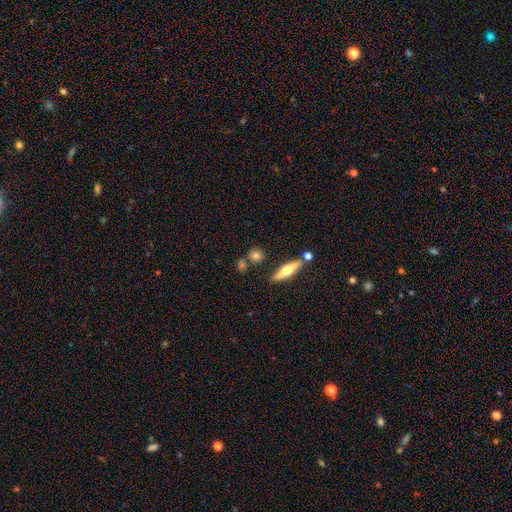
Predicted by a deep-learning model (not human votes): smooth_or_featured: smooth (p=0.71) [alt: featured or disk p=0.20]
how_rounded: round (p=0.66) [alt: in between p=0.22]
merging: none (p=0.73) [alt: merger p=0.13]